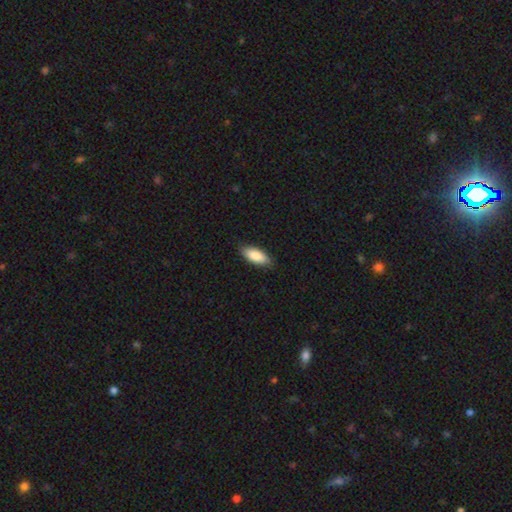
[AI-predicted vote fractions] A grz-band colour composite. It shows a smooth galaxy with no disk features (86%) that is in between round and cigar-shaped (83%). Merging: none (84%).